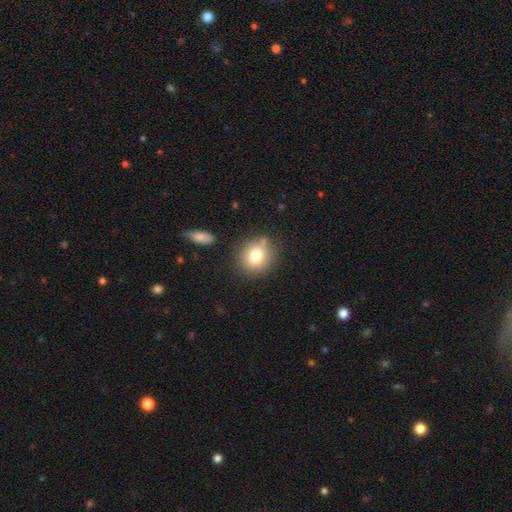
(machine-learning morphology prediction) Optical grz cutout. It shows a smooth galaxy with no disk features (78%) that is round (79%). Merging: none (78%).